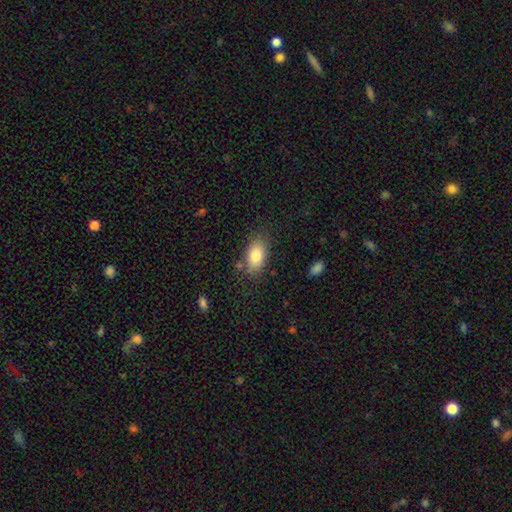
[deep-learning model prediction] Smooth or featured? Predicted: smooth (p=0.85). How rounded? Predicted: in between (p=0.91). Merging? Predicted: none (p=0.77).